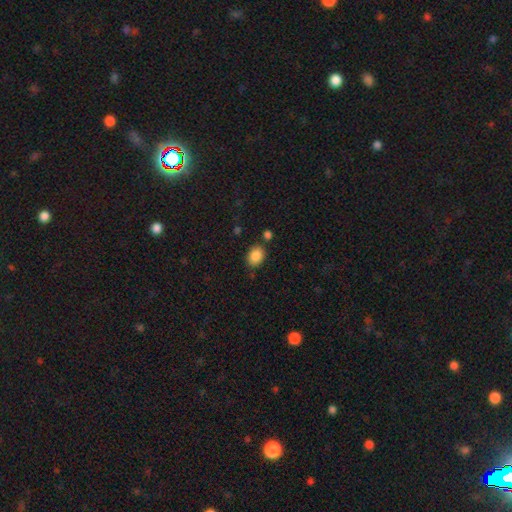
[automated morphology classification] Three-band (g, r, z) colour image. It shows a smooth galaxy with no disk features (87%) that is in between round and cigar-shaped (66%). Merging: none (79%).